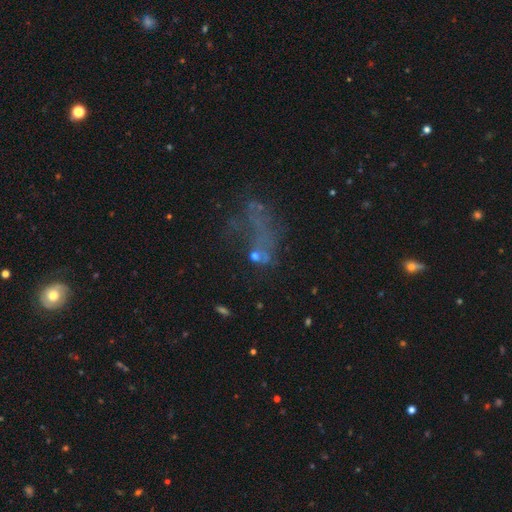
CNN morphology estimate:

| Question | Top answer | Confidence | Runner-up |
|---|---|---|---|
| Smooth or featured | featured or disk | 35% | tied: smooth (35%) |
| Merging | major disturbance | 47% | none (25%) |